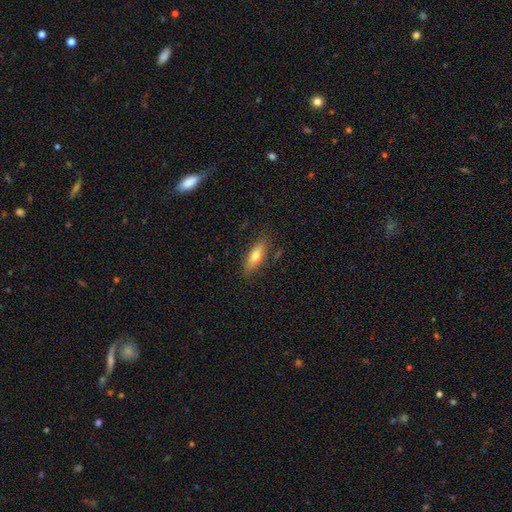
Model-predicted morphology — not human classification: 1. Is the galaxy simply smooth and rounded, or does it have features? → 65% smooth, 28% featured or disk, 7% star or artifact.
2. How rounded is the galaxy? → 55% in between, 42% cigar-shaped, 3% round.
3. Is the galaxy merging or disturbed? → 81% none, 14% minor disturbance, 3% major disturbance, 2% merger.